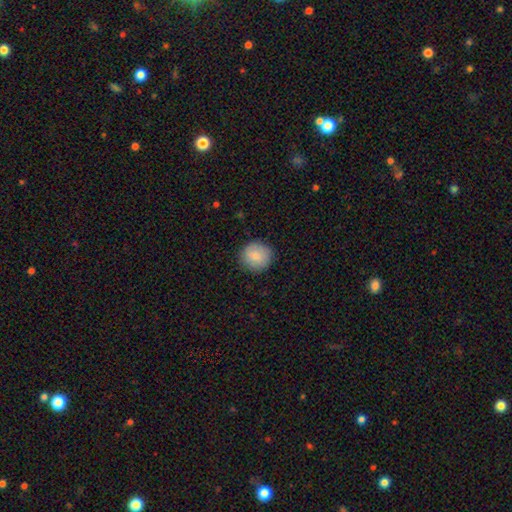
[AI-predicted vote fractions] Smooth or featured? smooth (86%)
How rounded? round (92%)
Merging? none (89%)